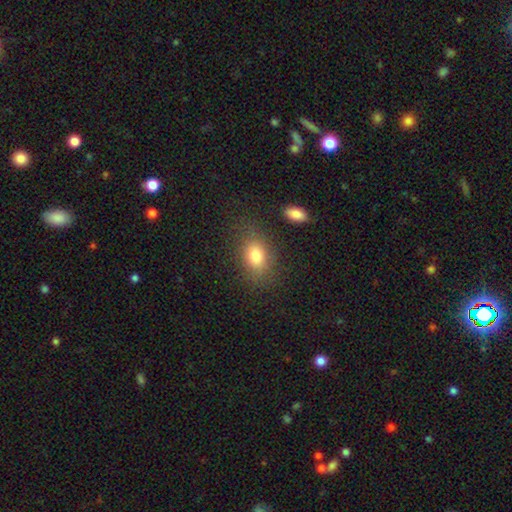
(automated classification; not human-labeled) Morphology: type=smooth (80%); roundness=in between (76%); merging=none (75%).